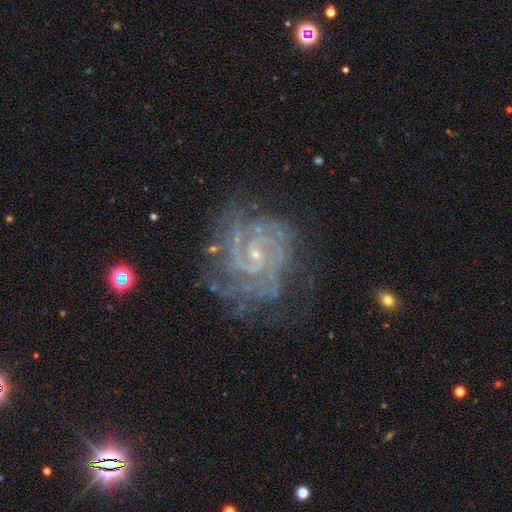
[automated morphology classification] The model was most divided on "bar": no: 51%, weak: 37%, strong: 11%. Remaining: edge-on disk — no (98%); spiral arms — yes (98%); smooth or featured — featured or disk (90%); bulge size — small (79%); merging — none (67%); spiral winding — tight (67%); spiral arm count — 2 (36%).